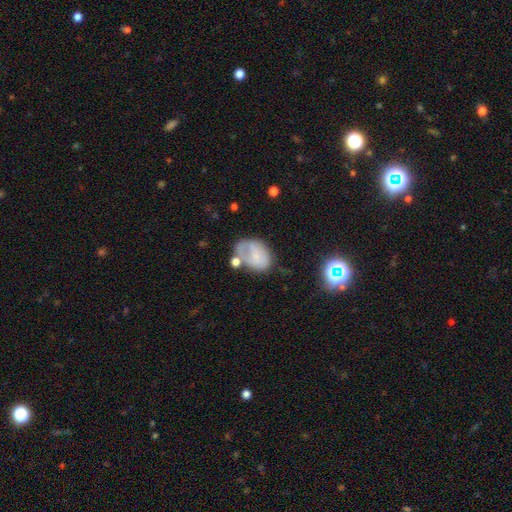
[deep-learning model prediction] Q: Smooth or featured?
A: smooth (57%); runner-up: featured or disk (31%)
Q: How rounded?
A: in between (77%); runner-up: round (22%)
Q: Merging?
A: none (36%); runner-up: minor disturbance (28%)